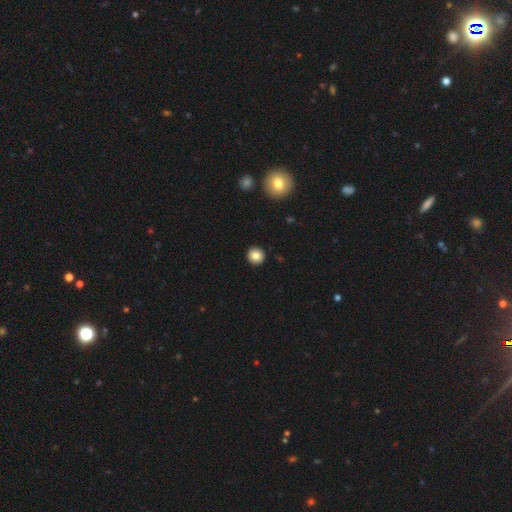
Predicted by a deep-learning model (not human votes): Overall: smooth (85%). How rounded: round (94%). Merging: none (93%).